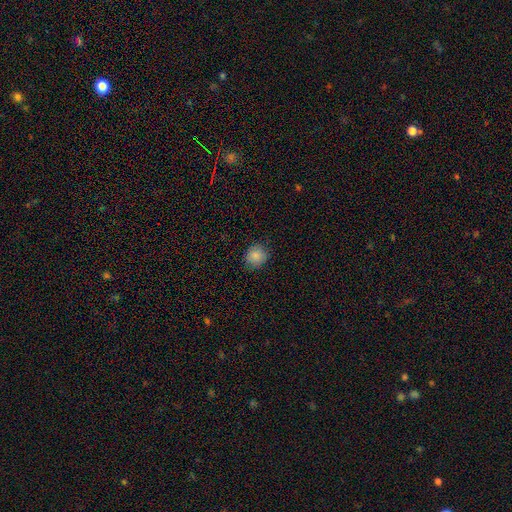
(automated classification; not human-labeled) Smooth or featured? smooth (85%)
How rounded? round (82%)
Merging? none (83%)